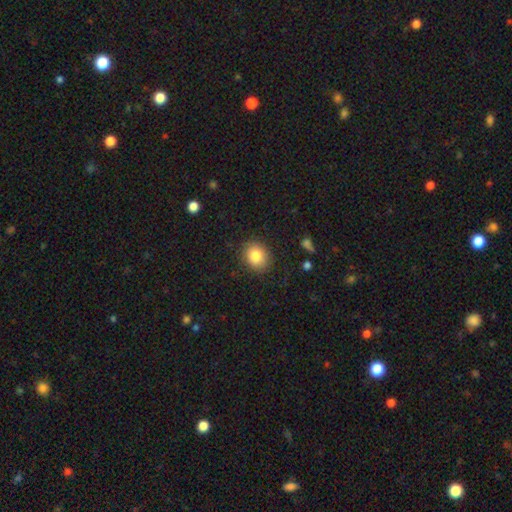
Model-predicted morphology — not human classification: A smooth galaxy with no disk features (83%) that is round (66%). Merging: none (87%).